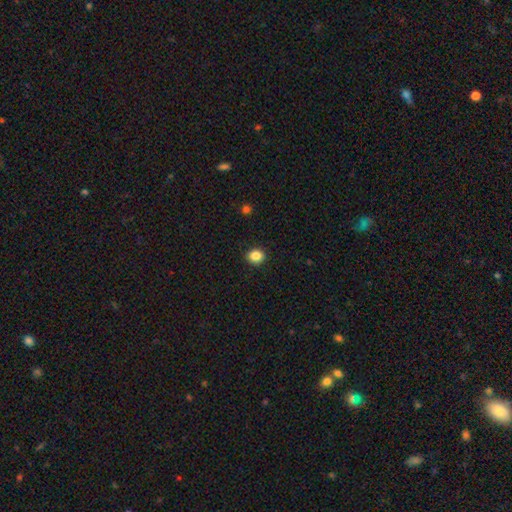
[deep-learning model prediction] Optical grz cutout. It shows a smooth galaxy with no disk features (86%) that is round (68%). Merging: none (91%).